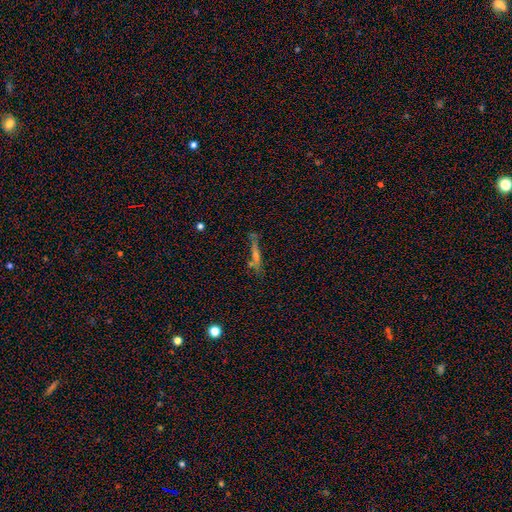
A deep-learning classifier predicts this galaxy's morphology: The model was most divided on "smooth or featured": featured or disk: 44%, smooth: 34%, star or artifact: 23%. More confident: merging — none (65%).